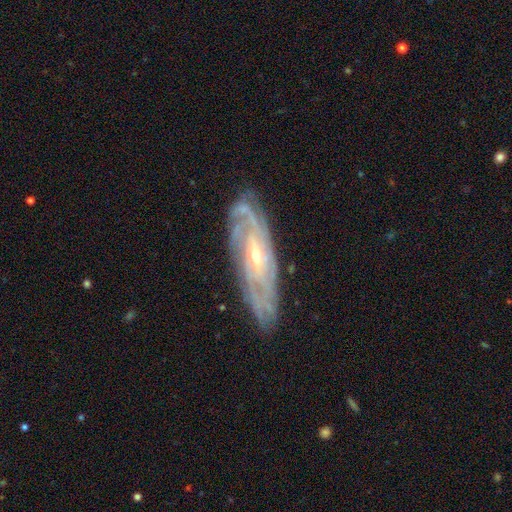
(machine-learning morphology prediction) This appears to be a featured or disk galaxy (84%) with no bar (57%), tight (67%) spiral arms (93%) and a small central bulge (59%). Merging: none (80%).